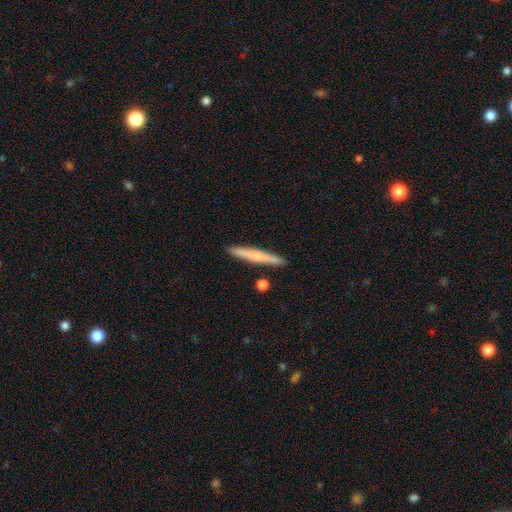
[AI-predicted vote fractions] Smooth or featured: smooth — 54% (featured or disk — 40%)
How rounded: cigar-shaped — 95% (in between — 3%)
Merging: none — 89% (minor disturbance — 7%)